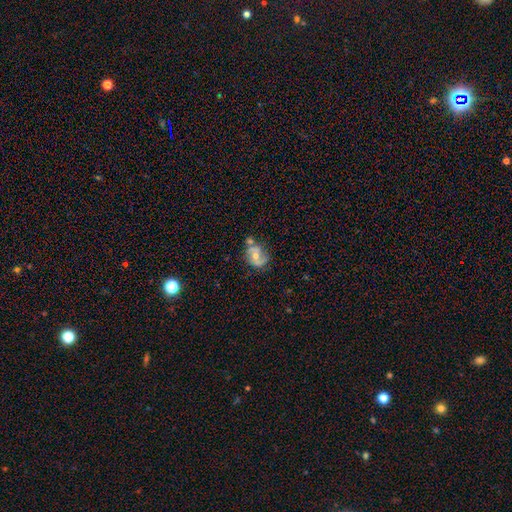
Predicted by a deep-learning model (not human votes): A featured or disk galaxy (69%) with no bar (60%), 2 (74%) medium (46%) spiral arms (83%) and a moderate central bulge (64%).

Vote fractions:
- Smooth or featured? featured or disk: 69% / smooth: 21% / star or artifact: 10%
- Edge-on disk? no: 97% / yes: 3%
- Bar? no: 60% / weak: 31% / strong: 9%
- Spiral arms? yes: 83% / no: 17%
- Spiral winding? medium: 46% / tight: 28% / loose: 26%
- Spiral arm count? 2: 74% / can't tell: 11% / 1: 9% / 3: 3% / 4: 1% / more than 4: 1%
- Bulge size? moderate: 64% / small: 30% / large: 3% / none: 2% / dominant: 1%
- Merging? none: 55% / minor disturbance: 22% / merger: 12% / major disturbance: 10%